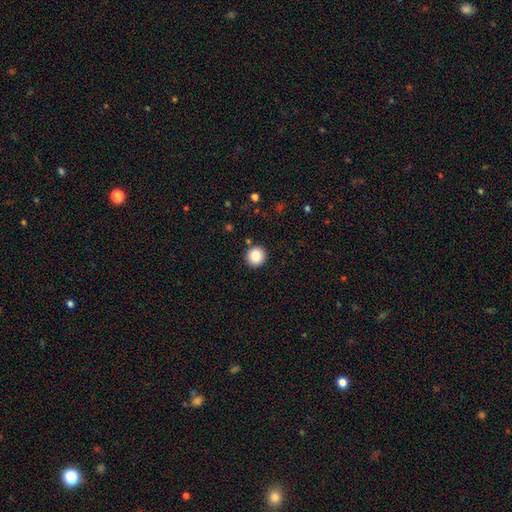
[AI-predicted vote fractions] Overall: smooth (86%). How rounded: round (94%). Merging: none (91%).